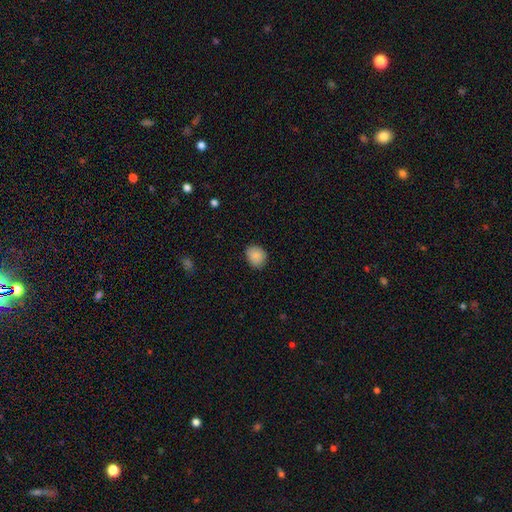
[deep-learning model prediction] Overall: smooth (88%). How rounded: round (63%; in between 36%). Merging: none (82%).